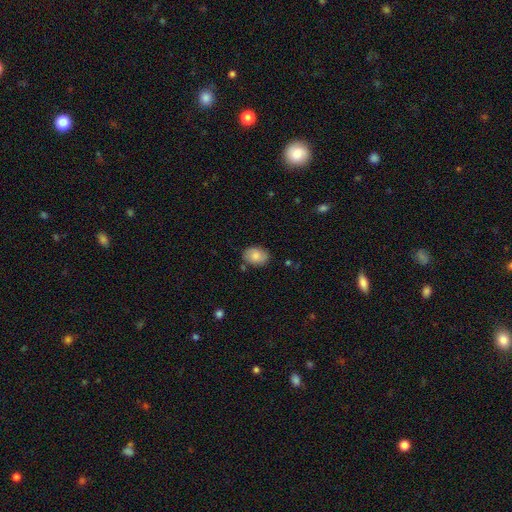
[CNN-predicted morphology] A smooth galaxy with no disk features (81%) that is in between round and cigar-shaped (73%).

Vote fractions:
- Smooth or featured? smooth: 81% / featured or disk: 12% / star or artifact: 7%
- How rounded? in between: 73% / round: 26% / cigar-shaped: 1%
- Merging? none: 78% / minor disturbance: 15% / merger: 3% / major disturbance: 3%